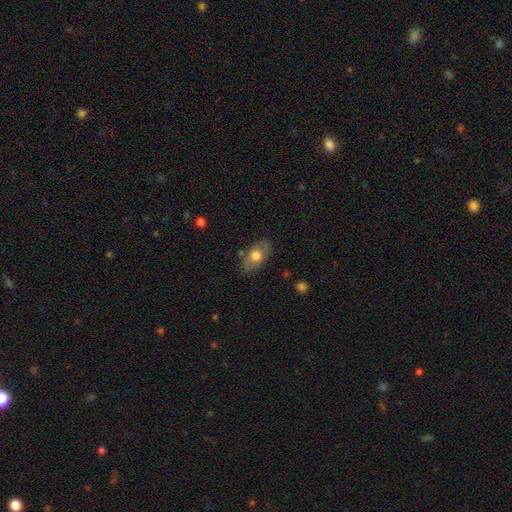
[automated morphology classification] A smooth galaxy with no disk features (68%) that is in between round and cigar-shaped (89%). Merging: none (79%).